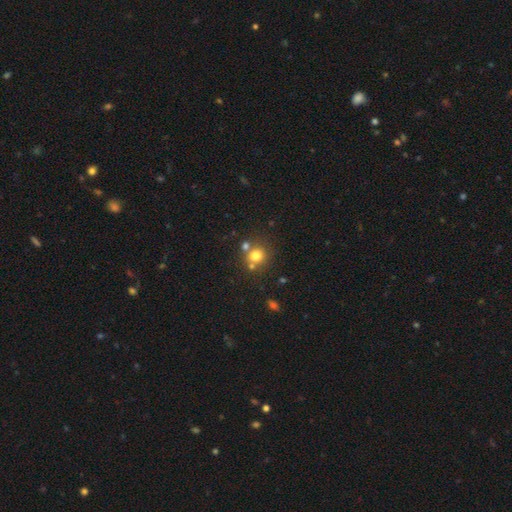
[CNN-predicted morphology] Smooth or featured?
  - smooth: 74% *
  - star or artifact: 15%
  - featured or disk: 11%
How rounded?
  - round: 84% *
  - in between: 15%
  - cigar-shaped: 1%
Merging?
  - none: 62% *
  - merger: 25%
  - minor disturbance: 10%
  - major disturbance: 4%